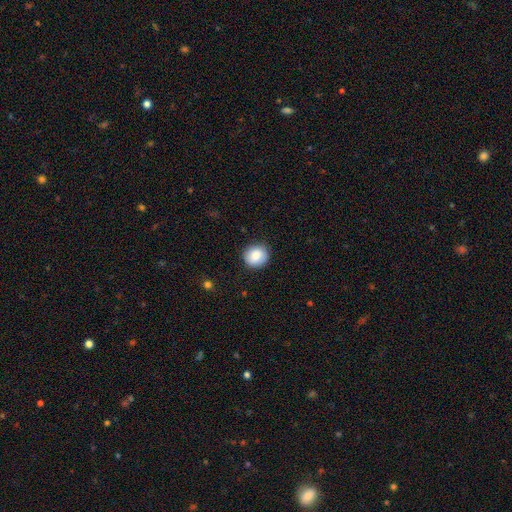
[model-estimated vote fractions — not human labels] The model was most divided on "how rounded": round: 87%, in between: 12%, cigar-shaped: 1%. More confident: merging — none (88%); smooth or featured — smooth (86%).